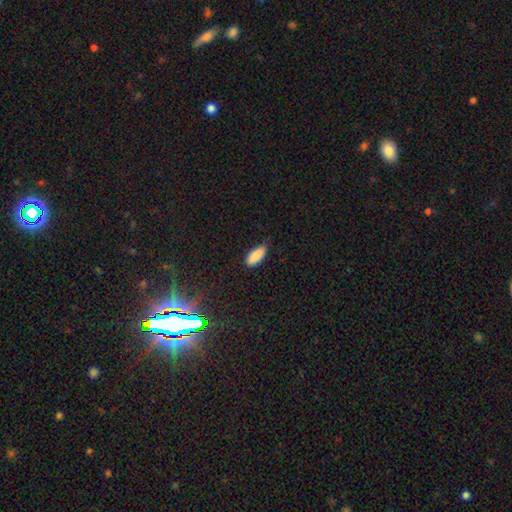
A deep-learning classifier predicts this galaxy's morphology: smooth_or_featured: smooth (p=0.88) [alt: star or artifact p=0.07]
how_rounded: in between (p=0.80) [alt: cigar-shaped p=0.19]
merging: none (p=0.72) [alt: minor disturbance p=0.23]